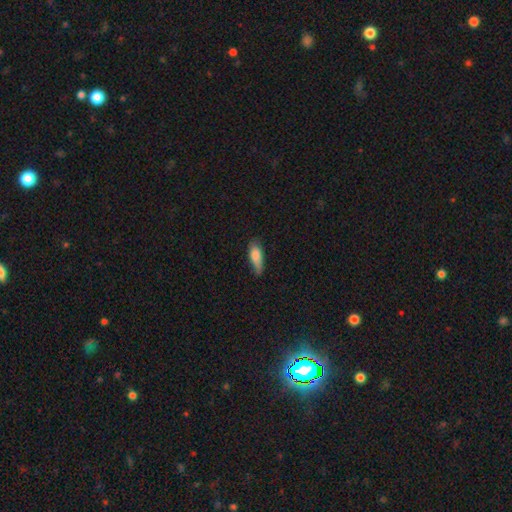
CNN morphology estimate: Overall: smooth (83%). How rounded: in between (62%; cigar-shaped 35%). Merging: none (60%; minor disturbance 32%).